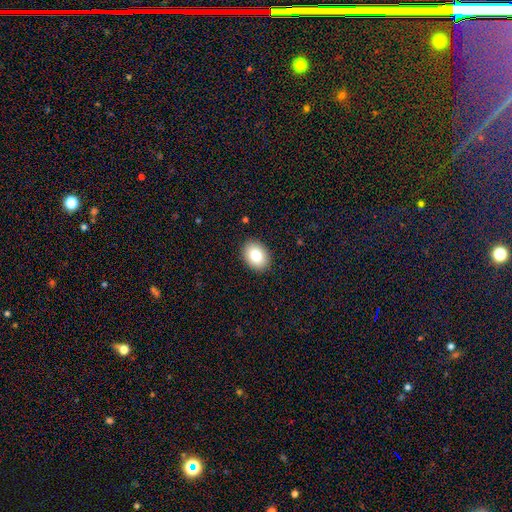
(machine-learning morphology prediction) A smooth galaxy with no disk features (82%) that is in between round and cigar-shaped (68%). Merging: none (90%).